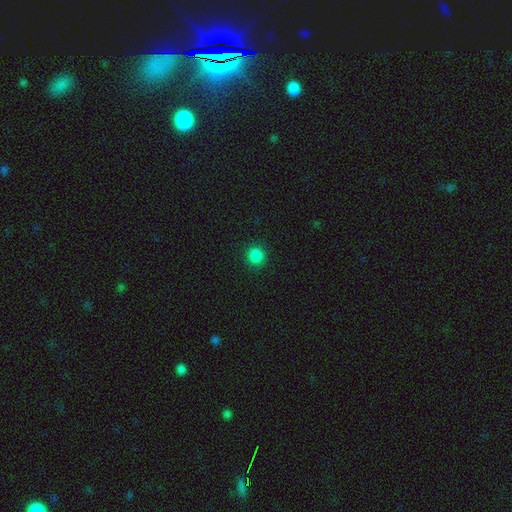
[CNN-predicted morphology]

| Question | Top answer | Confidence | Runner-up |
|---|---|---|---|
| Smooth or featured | smooth | 86% | star or artifact (12%) |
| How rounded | round | 91% | in between (8%) |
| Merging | none | 91% | minor disturbance (6%) |